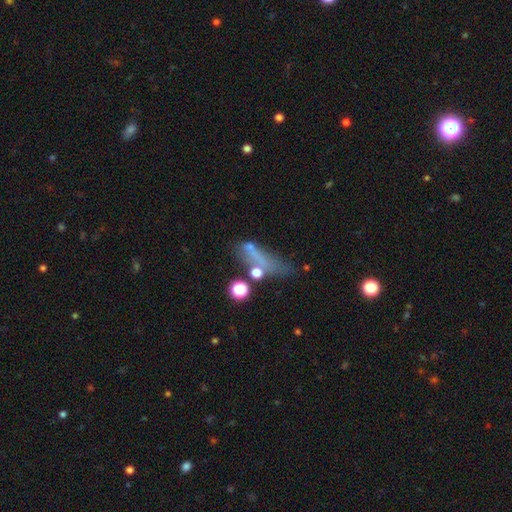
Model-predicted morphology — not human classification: A smooth galaxy with no disk features (51%) that is cigar-shaped (50%).

Vote fractions:
- Smooth or featured? smooth: 51% / featured or disk: 28% / star or artifact: 21%
- How rounded? cigar-shaped: 50% / in between: 36% / round: 14%
- Merging? none: 35% / major disturbance: 29% / minor disturbance: 21% / merger: 16%